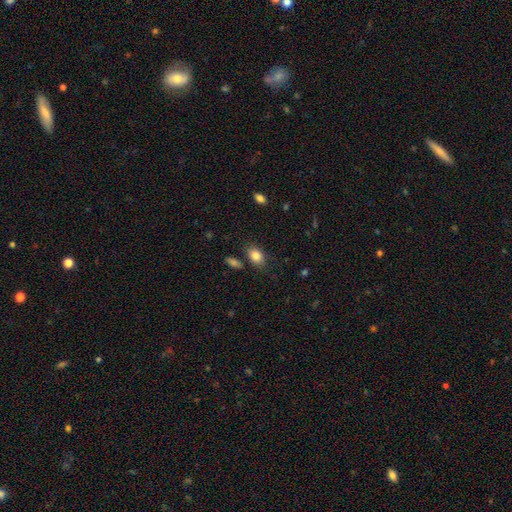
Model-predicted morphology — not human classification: type=smooth (83%); roundness=in between (79%); merging=none (76%).